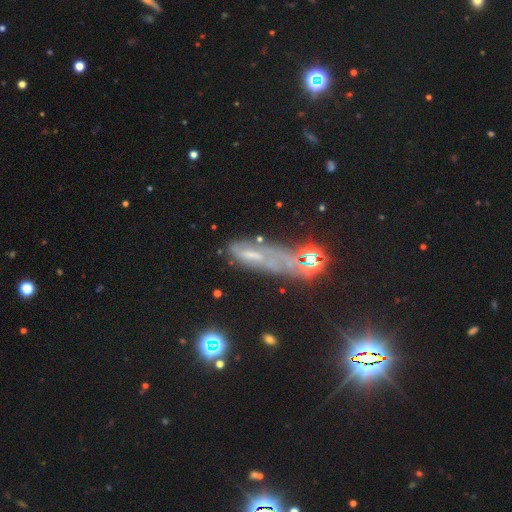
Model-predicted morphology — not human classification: This is marginally a featured or disk galaxy (43%). Merging: marginally none (34%).